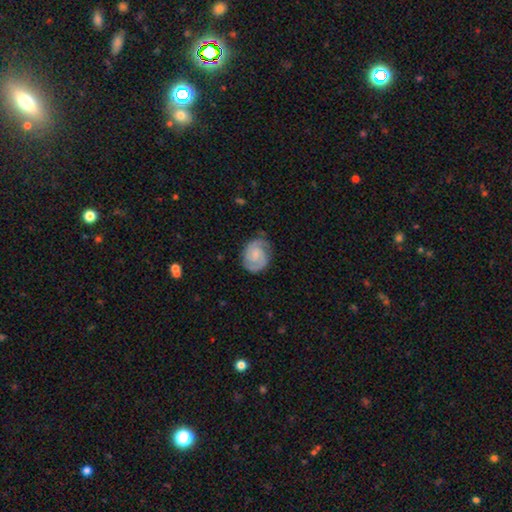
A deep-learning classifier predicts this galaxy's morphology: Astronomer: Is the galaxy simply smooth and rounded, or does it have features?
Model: featured or disk — 78%.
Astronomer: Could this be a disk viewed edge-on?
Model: no — 98%.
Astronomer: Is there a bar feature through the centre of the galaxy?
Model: no — 54% (runner-up: weak, 40%).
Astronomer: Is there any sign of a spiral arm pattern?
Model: yes — 96%.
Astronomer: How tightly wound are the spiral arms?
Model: tight — 54% (runner-up: medium, 38%).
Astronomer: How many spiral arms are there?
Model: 2 — 83%.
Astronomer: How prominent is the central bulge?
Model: small — 42% (runner-up: none, 31%).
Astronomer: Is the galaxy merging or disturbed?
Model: none — 76%.